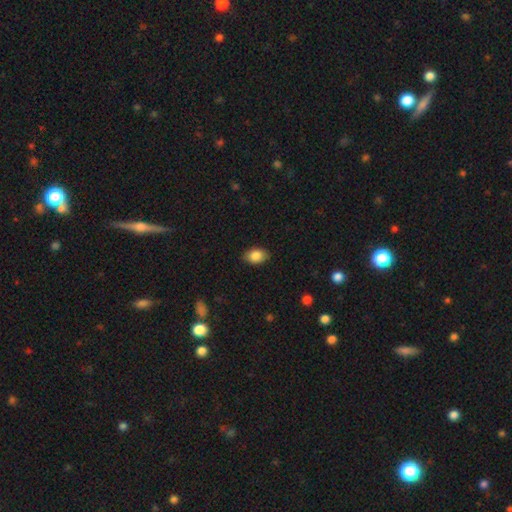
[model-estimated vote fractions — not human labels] A smooth galaxy with no disk features (86%) that is in between round and cigar-shaped (83%). Merging: none (85%).